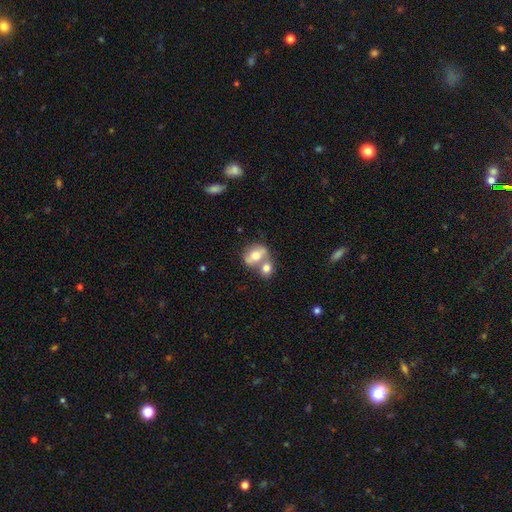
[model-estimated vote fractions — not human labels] smooth 62%, featured or disk 30%, star or artifact 8%. Down the decision tree: how rounded — in between (66%); merging — merger (50%).